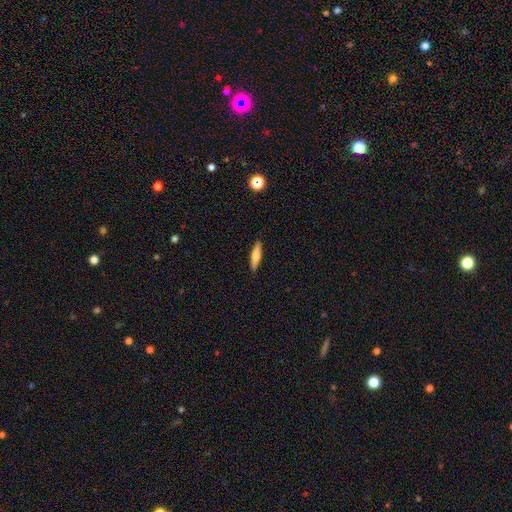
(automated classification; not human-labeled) This is likely a smooth galaxy (61%). How rounded: clearly cigar-shaped (82%). Merging: clearly none (91%).